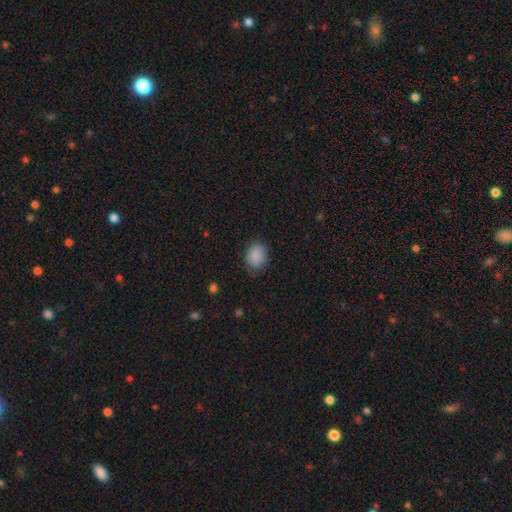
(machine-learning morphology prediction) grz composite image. It shows a smooth galaxy with no disk features (88%) that is in between round and cigar-shaped (55%). Merging: none (77%).